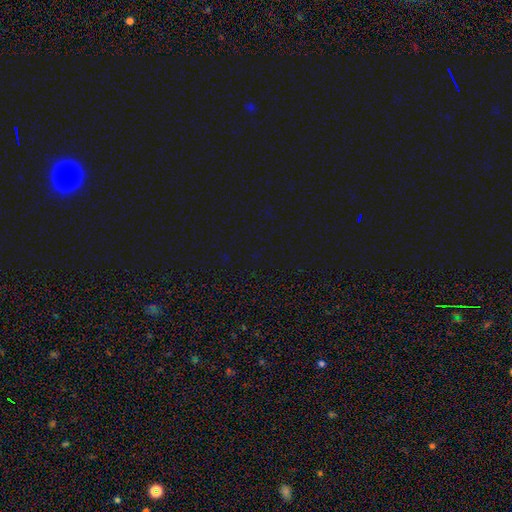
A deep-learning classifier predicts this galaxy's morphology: A star or artifact, not a galaxy (75%).

Vote fractions:
- Smooth or featured? star or artifact: 75% / smooth: 18% / featured or disk: 7%